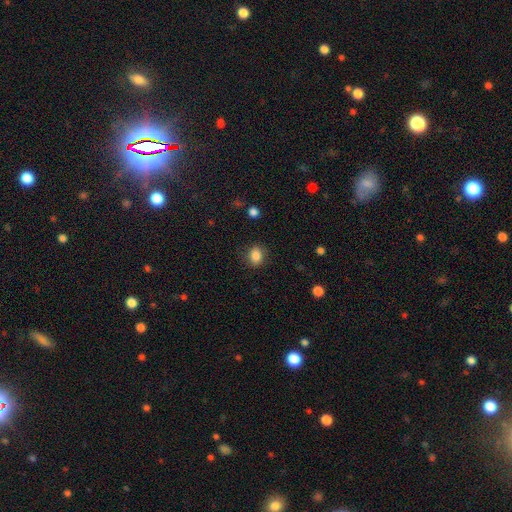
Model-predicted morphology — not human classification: Smooth or featured?
  - smooth: 85% *
  - star or artifact: 10%
  - featured or disk: 5%
How rounded?
  - round: 56% *
  - in between: 43%
  - cigar-shaped: 1%
Merging?
  - none: 85% *
  - minor disturbance: 10%
  - major disturbance: 3%
  - merger: 1%